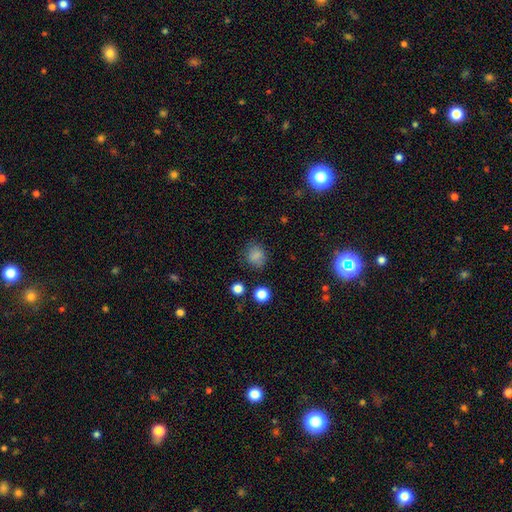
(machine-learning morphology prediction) type=smooth (79%); roundness=round (70%); merging=none (75%).